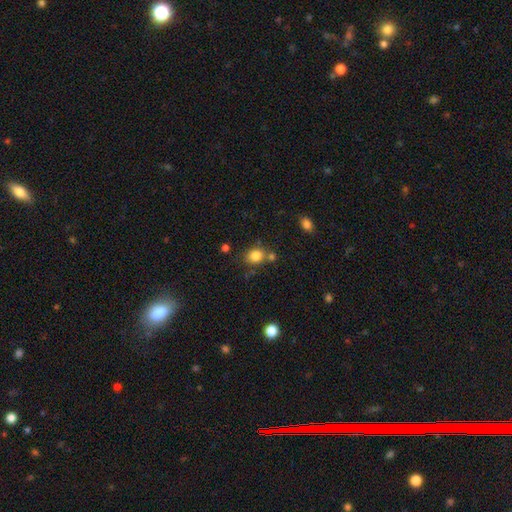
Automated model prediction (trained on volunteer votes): Smooth or featured?
  - smooth: 83% *
  - star or artifact: 11%
  - featured or disk: 6%
How rounded?
  - round: 60% *
  - in between: 39%
  - cigar-shaped: 1%
Merging?
  - none: 68% *
  - merger: 15%
  - minor disturbance: 13%
  - major disturbance: 4%